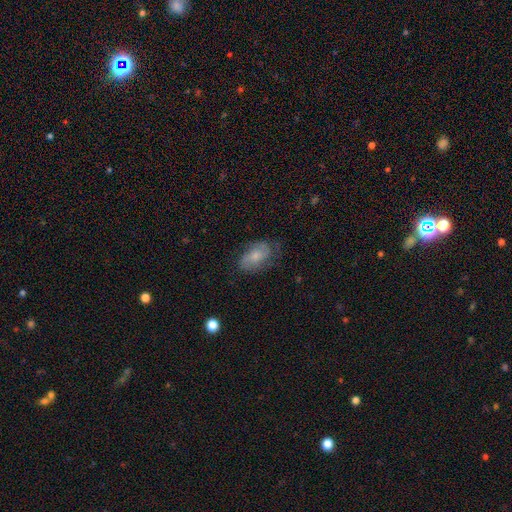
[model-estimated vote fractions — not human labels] Overall: smooth (51%; featured or disk 41%). How rounded: in between (89%). Merging: none (63%; minor disturbance 25%).